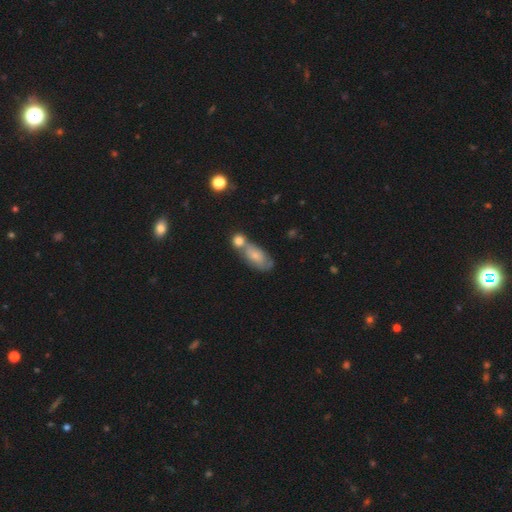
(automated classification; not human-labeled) smooth_or_featured: smooth (p=0.64) [alt: featured or disk p=0.27]
how_rounded: in between (p=0.84) [alt: cigar-shaped p=0.08]
merging: merger (p=0.51) [alt: none p=0.29]